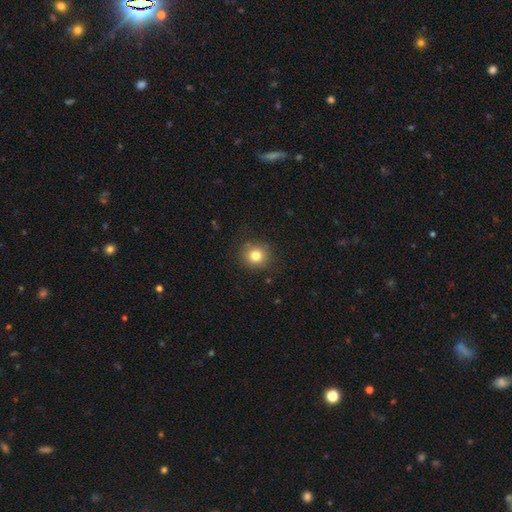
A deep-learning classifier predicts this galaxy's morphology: Smooth or featured? smooth (81%)
How rounded? round (88%)
Merging? none (87%)